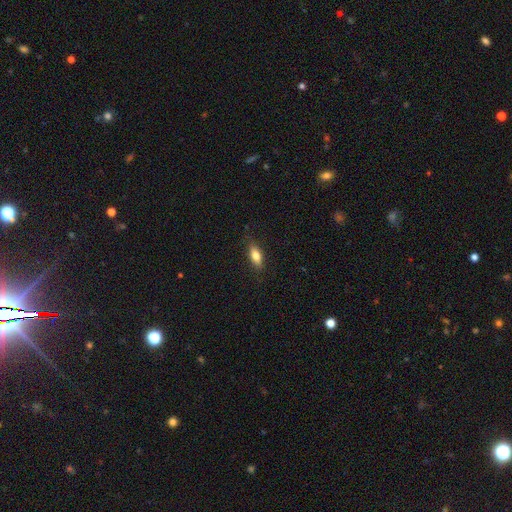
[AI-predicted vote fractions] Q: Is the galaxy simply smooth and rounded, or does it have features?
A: smooth — 78%.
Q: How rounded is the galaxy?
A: in between — 74%.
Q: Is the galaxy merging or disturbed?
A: none — 83%.